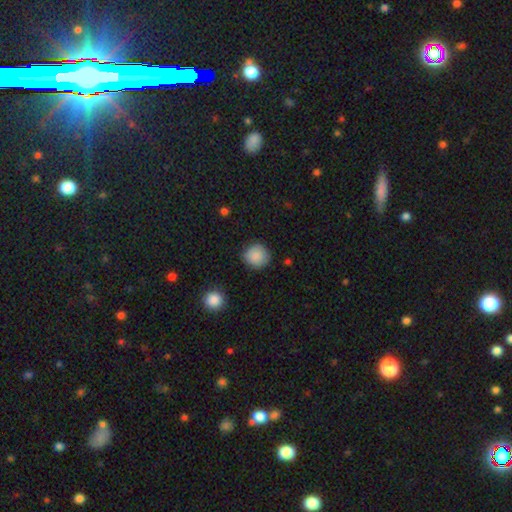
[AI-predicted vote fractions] This is clearly a smooth galaxy (88%). How rounded: clearly round (90%). Merging: clearly none (82%).